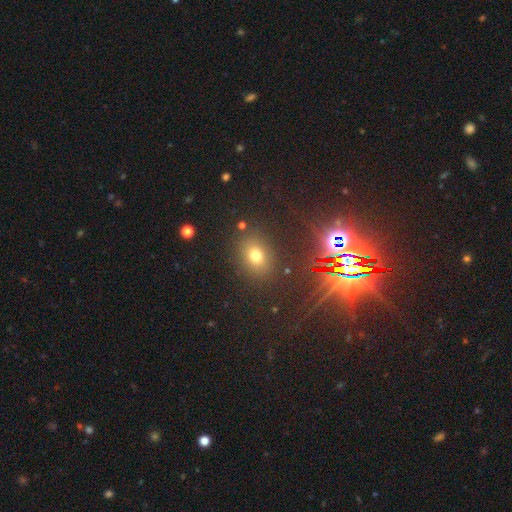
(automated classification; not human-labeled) smooth 67%, star or artifact 23%, featured or disk 10%. Down the decision tree: how rounded — in between (50%); merging — none (83%).